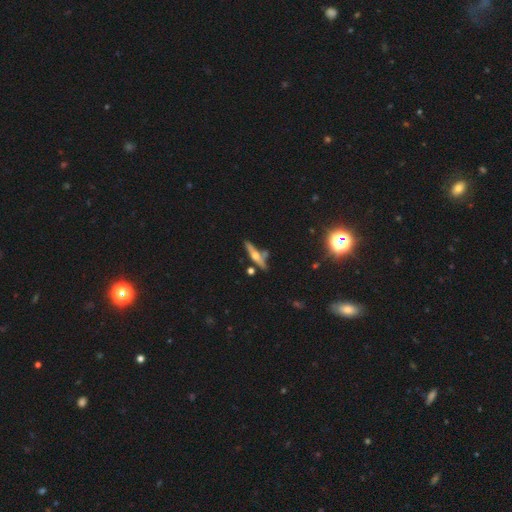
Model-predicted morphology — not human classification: This is likely a featured or disk galaxy (66%). It is clearly viewed edge-on (94%). Edge-on bulge: clearly rounded (92%). Merging: likely none (69%).